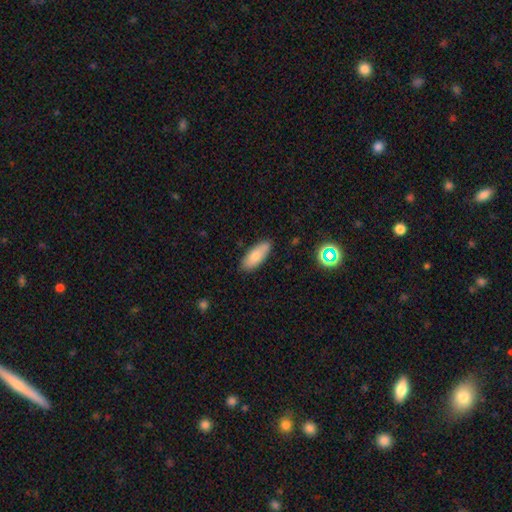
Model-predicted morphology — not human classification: The model was most divided on "how rounded": in between: 78%, cigar-shaped: 20%, round: 2%. More confident: merging — none (82%); smooth or featured — smooth (79%).